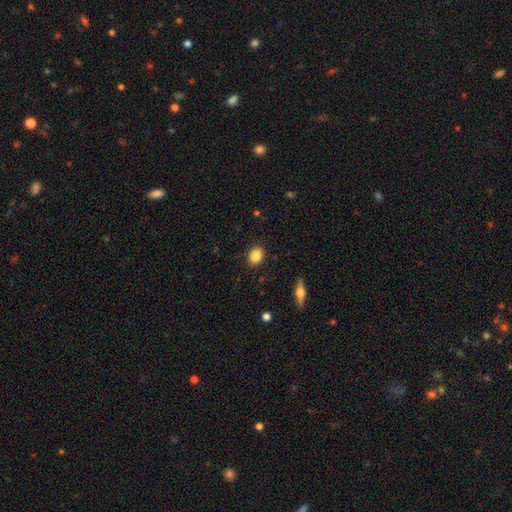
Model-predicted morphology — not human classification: This appears to be a smooth galaxy with no disk features (85%) that is in between round and cigar-shaped (50%). Merging: none (88%).